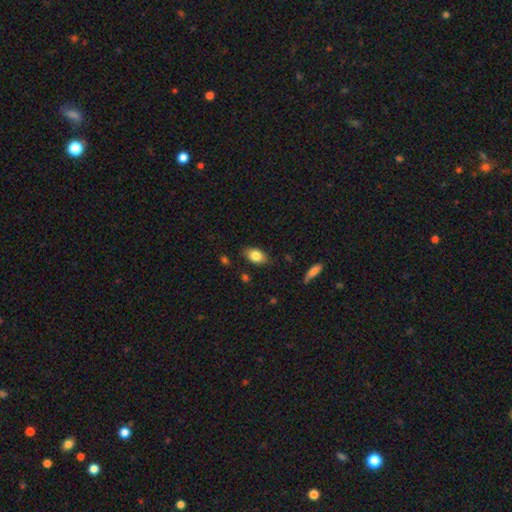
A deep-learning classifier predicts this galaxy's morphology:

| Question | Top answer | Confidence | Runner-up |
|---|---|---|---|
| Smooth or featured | smooth | 81% | featured or disk (11%) |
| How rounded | in between | 86% | round (11%) |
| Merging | none | 82% | minor disturbance (13%) |